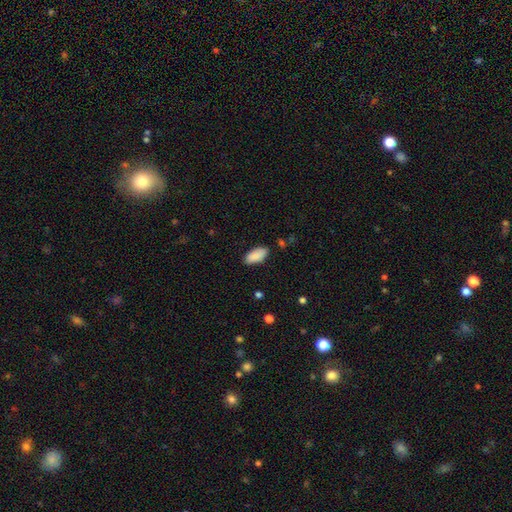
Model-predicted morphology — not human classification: A smooth galaxy with no disk features (90%) that is in between round and cigar-shaped (91%).

Vote fractions:
- Smooth or featured? smooth: 90% / star or artifact: 6% / featured or disk: 4%
- How rounded? in between: 91% / cigar-shaped: 7% / round: 2%
- Merging? none: 84% / minor disturbance: 12% / major disturbance: 2% / merger: 2%